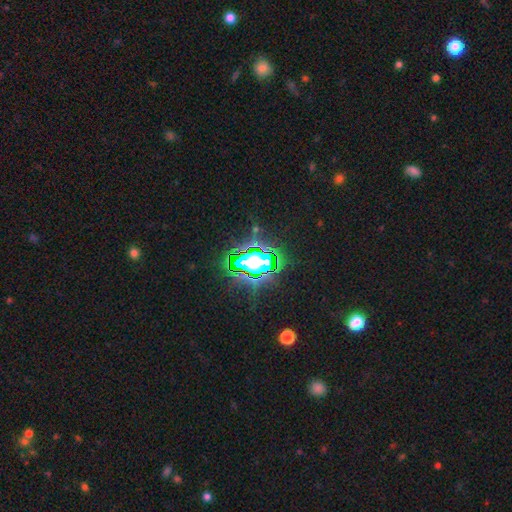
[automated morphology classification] This is likely a star or artifact rather than a galaxy (79%).